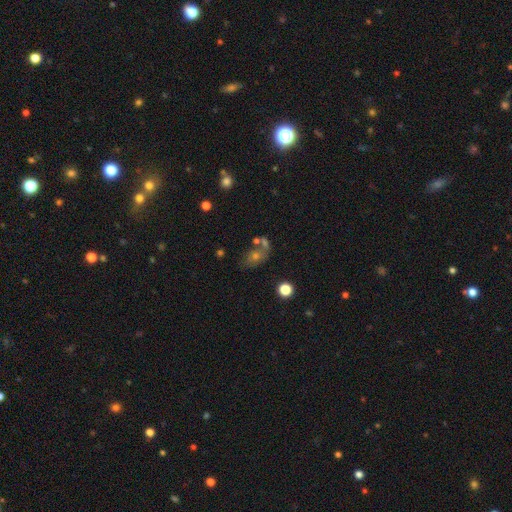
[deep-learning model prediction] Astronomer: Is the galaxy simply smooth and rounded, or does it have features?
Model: smooth — 48% (runner-up: featured or disk, 29%).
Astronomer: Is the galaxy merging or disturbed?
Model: none — 45% (runner-up: merger, 28%).